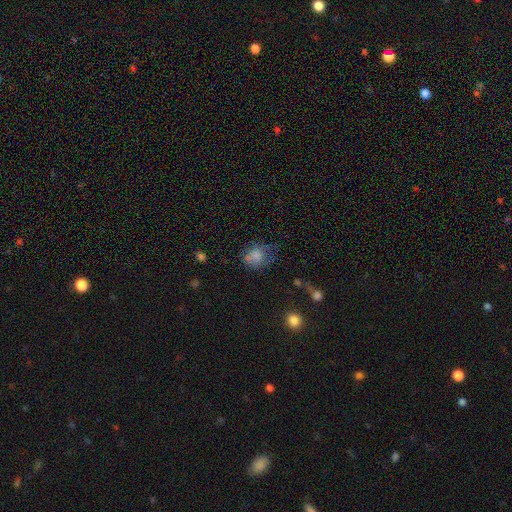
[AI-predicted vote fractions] Smooth or featured?
  - smooth: 71% *
  - featured or disk: 17%
  - star or artifact: 12%
How rounded?
  - round: 59% *
  - in between: 40%
  - cigar-shaped: 1%
Merging?
  - none: 43% *
  - minor disturbance: 29%
  - major disturbance: 21%
  - merger: 7%